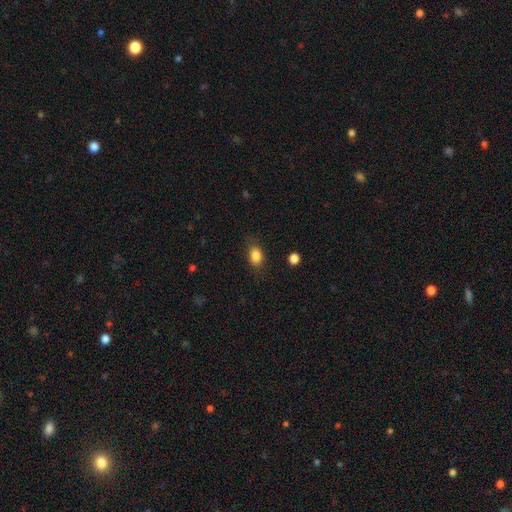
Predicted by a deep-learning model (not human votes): The model was most divided on "how rounded": in between: 78%, round: 19%, cigar-shaped: 2%. More confident: smooth or featured — smooth (85%); merging — none (79%).